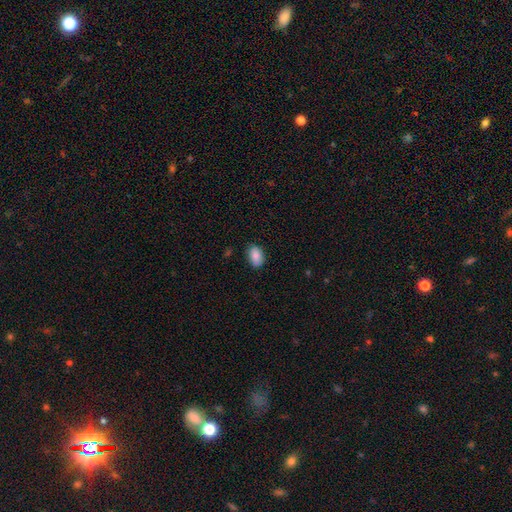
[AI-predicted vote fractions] Smooth or featured? Predicted: smooth (p=0.87). How rounded? Predicted: in between (p=0.91). Merging? Predicted: none (p=0.84).